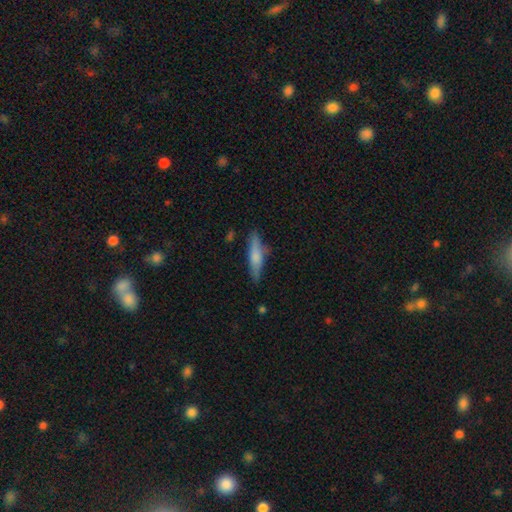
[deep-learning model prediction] smooth 62%, featured or disk 31%, star or artifact 6%. Down the decision tree: how rounded — cigar-shaped (78%); merging — none (74%).